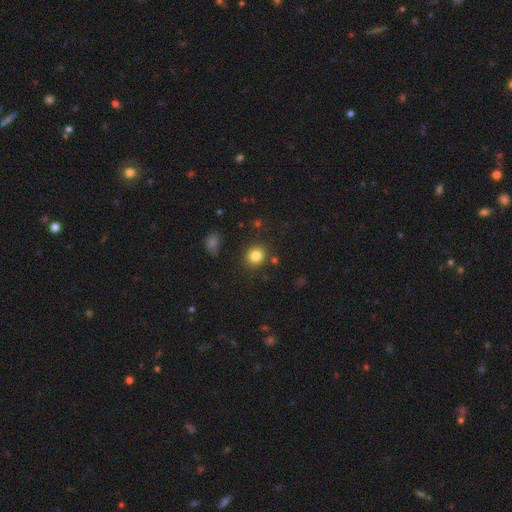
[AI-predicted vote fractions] Smooth or featured: smooth — 83% (star or artifact — 11%)
How rounded: round — 78% (in between — 21%)
Merging: none — 84% (minor disturbance — 9%)